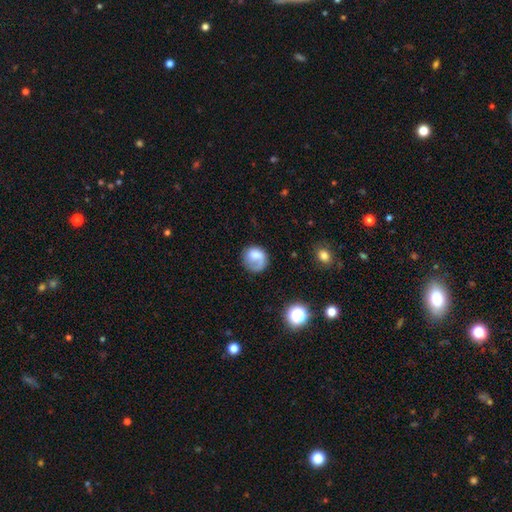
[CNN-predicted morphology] smooth 62%, featured or disk 30%, star or artifact 9%. Down the decision tree: how rounded — round (73%); merging — none (49%).